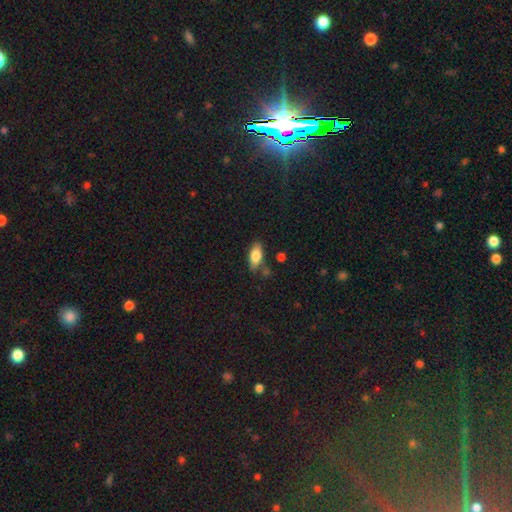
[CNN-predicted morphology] This appears to be a smooth galaxy with no disk features (80%) that is in between round and cigar-shaped (83%). Merging: none (74%).